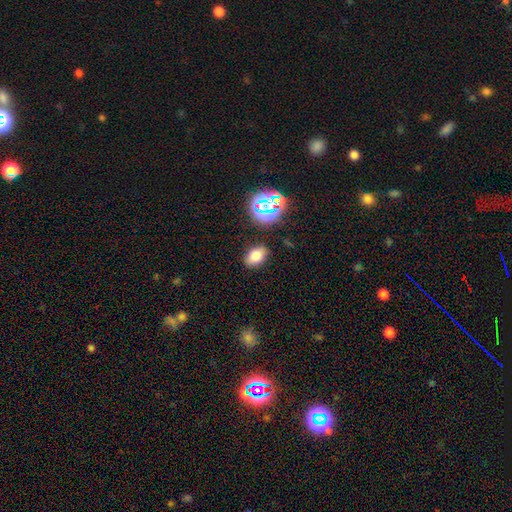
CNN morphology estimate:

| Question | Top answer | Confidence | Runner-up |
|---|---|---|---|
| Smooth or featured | smooth | 74% | star or artifact (17%) |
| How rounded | in between | 84% | round (14%) |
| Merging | none | 85% | minor disturbance (10%) |